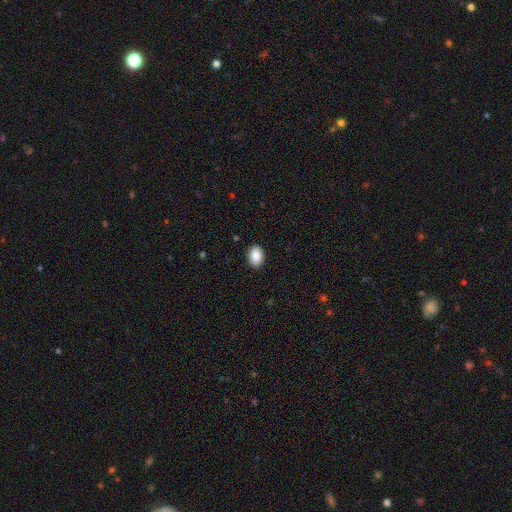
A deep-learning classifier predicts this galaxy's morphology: A smooth galaxy with no disk features (89%) that is in between round and cigar-shaped (78%).

Vote fractions:
- Smooth or featured? smooth: 89% / star or artifact: 7% / featured or disk: 4%
- How rounded? in between: 78% / round: 21% / cigar-shaped: 1%
- Merging? none: 90% / minor disturbance: 7% / major disturbance: 2% / merger: 1%